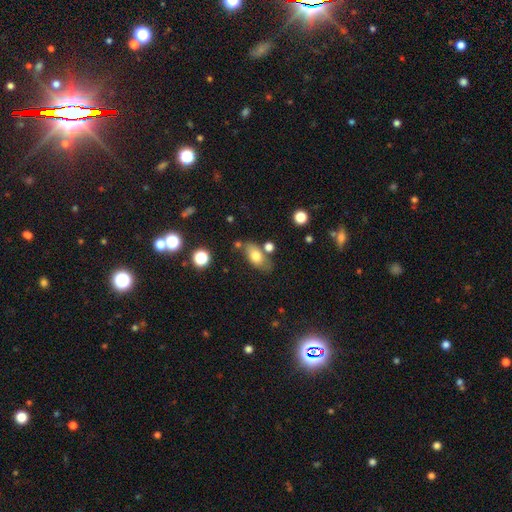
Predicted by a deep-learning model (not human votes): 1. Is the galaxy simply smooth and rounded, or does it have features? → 76% smooth, 16% featured or disk, 8% star or artifact.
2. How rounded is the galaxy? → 87% in between, 7% round, 6% cigar-shaped.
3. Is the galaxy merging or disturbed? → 66% none, 17% minor disturbance, 12% merger, 5% major disturbance.